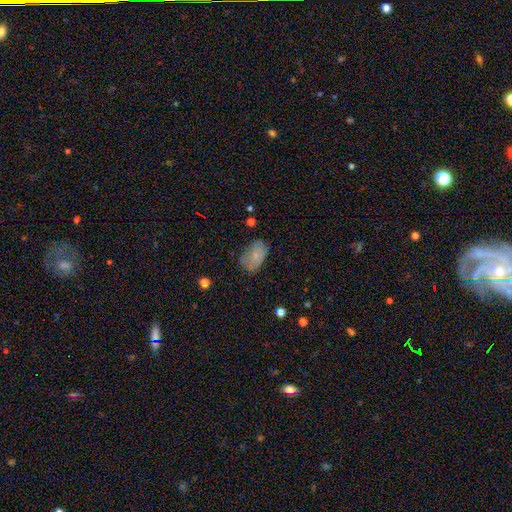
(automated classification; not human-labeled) Overall: smooth (71%). How rounded: in between (90%). Merging: none (59%; minor disturbance 29%).